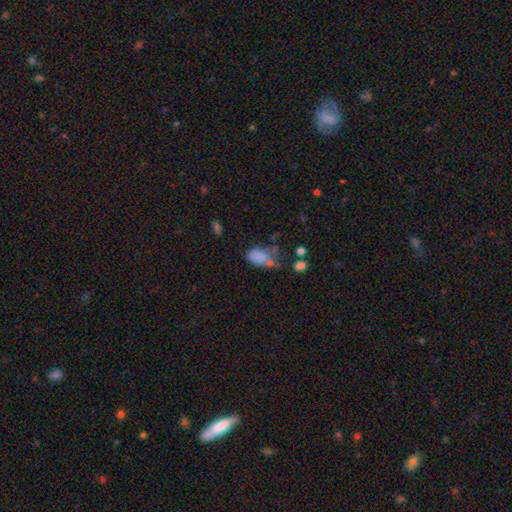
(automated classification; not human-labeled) Smooth or featured: smooth — 45% (star or artifact — 33%)
Merging: none — 43% (minor disturbance — 22%)